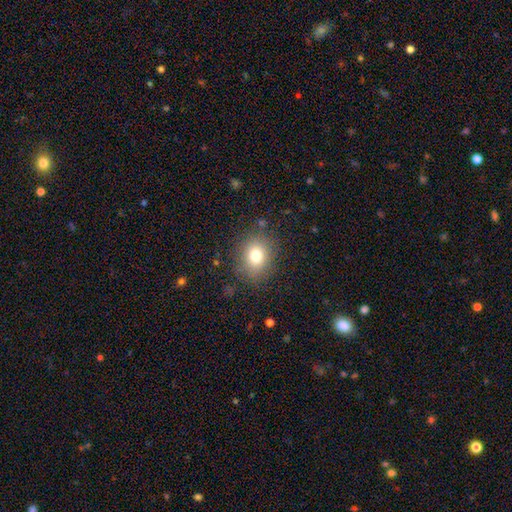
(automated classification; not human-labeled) smooth-or-featured: smooth: 78% | star or artifact: 12% | featured or disk: 10%
  how-rounded: round: 62% | in between: 37% | cigar-shaped: 1%
  merging: none: 84% | minor disturbance: 10% | major disturbance: 4% | merger: 1%